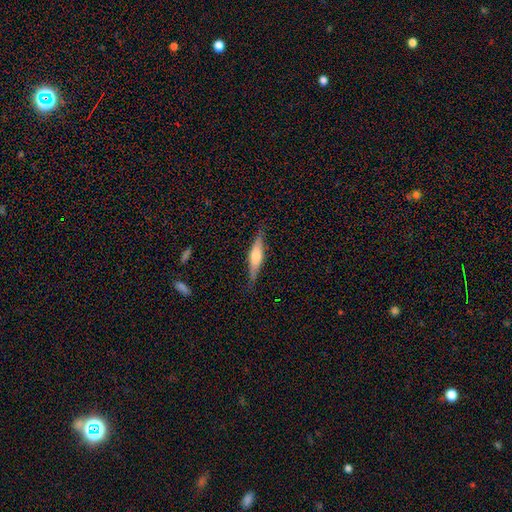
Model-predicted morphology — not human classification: Overall: featured or disk (57%; smooth 36%). Edge-on disk: yes (96%). Edge-on bulge: rounded (77%). Merging: none (85%).